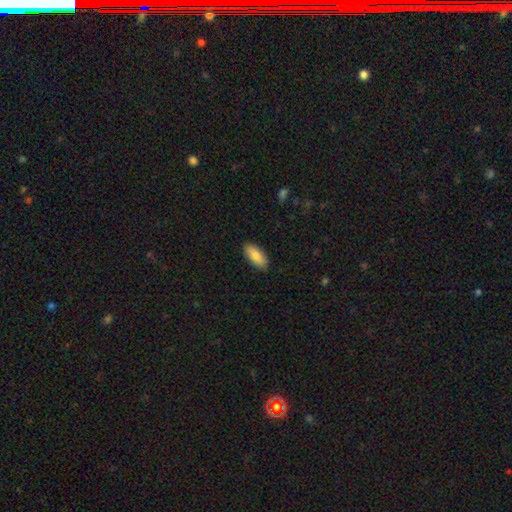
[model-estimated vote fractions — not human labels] Smooth or featured: smooth — 83% (featured or disk — 11%)
How rounded: in between — 88% (cigar-shaped — 10%)
Merging: none — 87% (minor disturbance — 10%)